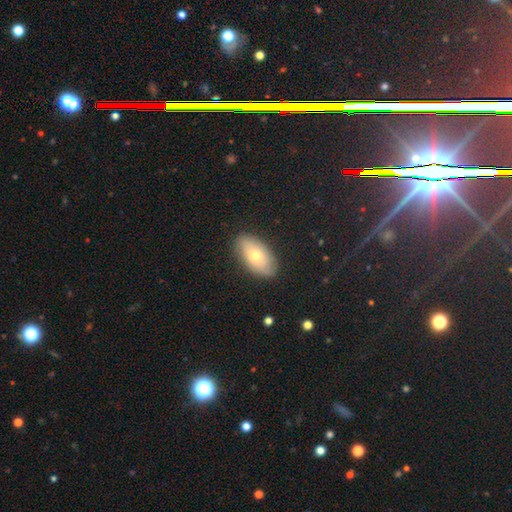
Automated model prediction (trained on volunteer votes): The model was most divided on "smooth or featured": smooth: 67%, featured or disk: 26%, star or artifact: 7%. More confident: how rounded — in between (93%); merging — none (85%).